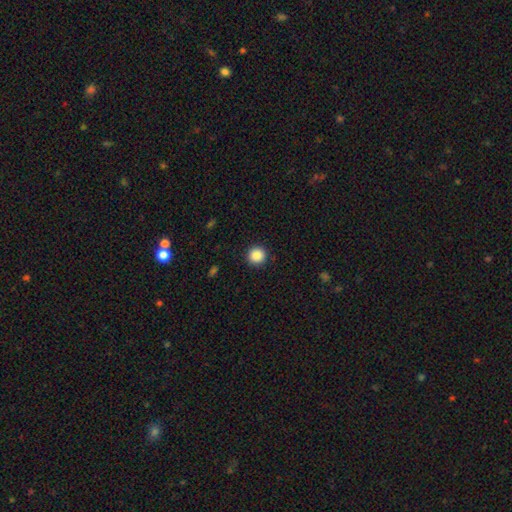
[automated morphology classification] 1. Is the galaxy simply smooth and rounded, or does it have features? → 88% smooth, 10% star or artifact, 3% featured or disk.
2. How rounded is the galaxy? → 95% round, 5% in between, 1% cigar-shaped.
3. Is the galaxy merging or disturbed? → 92% none, 5% minor disturbance, 2% major disturbance, 1% merger.